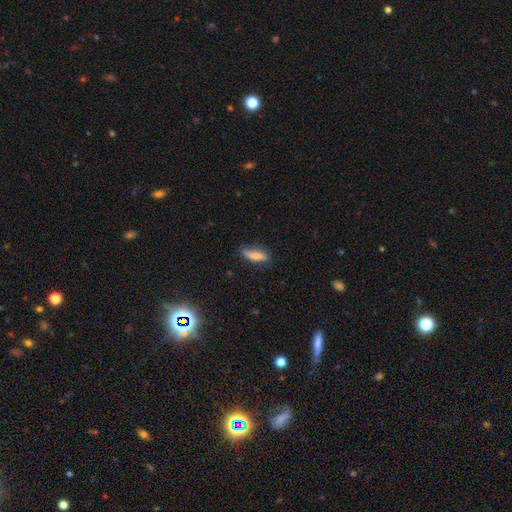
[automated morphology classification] This is clearly a smooth galaxy (80%). How rounded: possibly cigar-shaped (53%). Merging: likely none (73%).